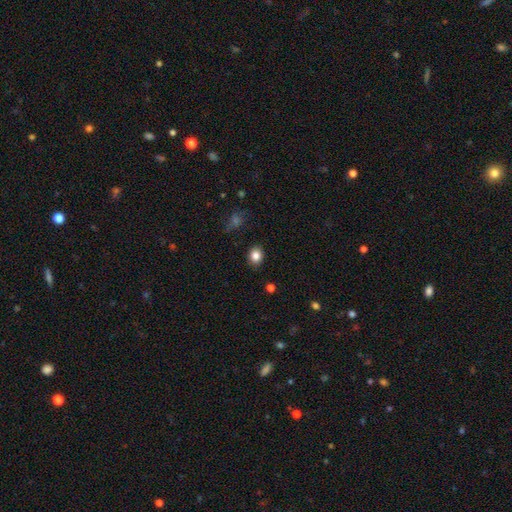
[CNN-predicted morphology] Overall: smooth (84%). How rounded: round (60%; in between 39%). Merging: none (88%).